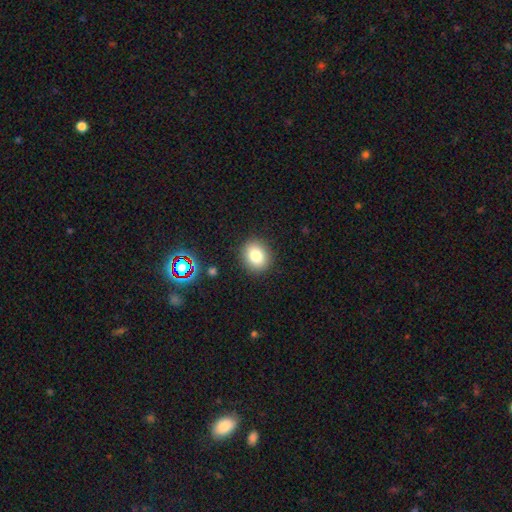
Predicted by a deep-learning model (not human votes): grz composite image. It shows a smooth galaxy with no disk features (80%) that is round (67%). Merging: none (89%).